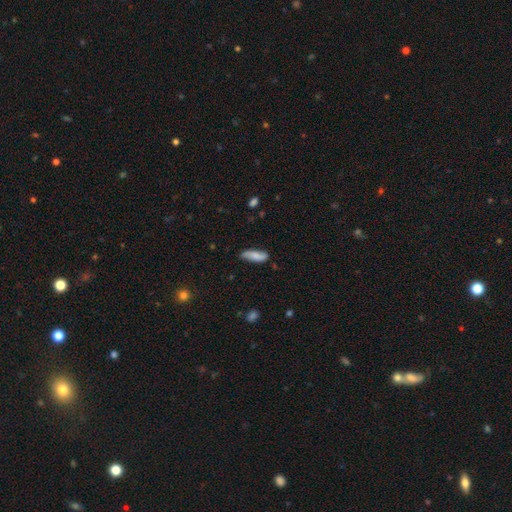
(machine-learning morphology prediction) Smooth or featured: smooth — 72% (featured or disk — 21%)
How rounded: in between — 59% (cigar-shaped — 39%)
Merging: none — 75% (minor disturbance — 20%)